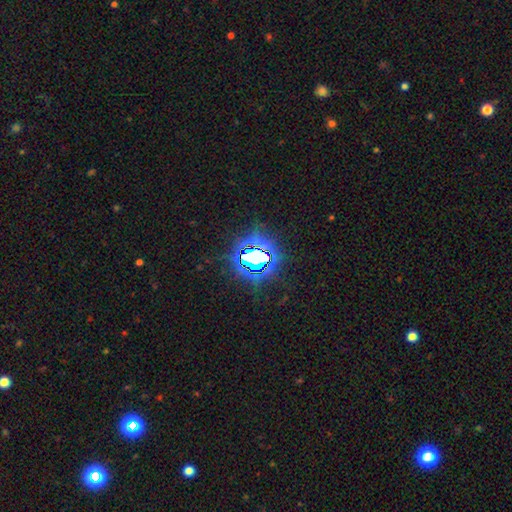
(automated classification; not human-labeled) Overall: star or artifact (77%).